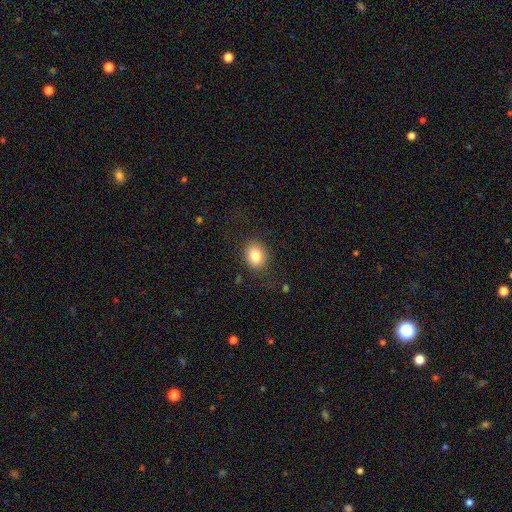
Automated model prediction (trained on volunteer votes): Smooth or featured: smooth — 82% (star or artifact — 10%)
How rounded: round — 59% (in between — 40%)
Merging: none — 84% (minor disturbance — 11%)